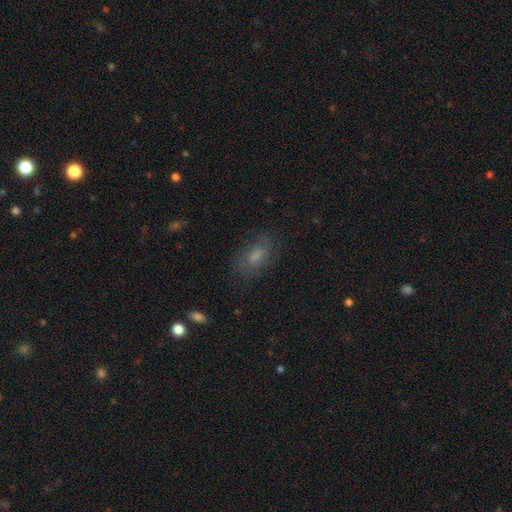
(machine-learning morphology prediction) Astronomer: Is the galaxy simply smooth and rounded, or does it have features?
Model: smooth — 62%.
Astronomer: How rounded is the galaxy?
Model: in between — 85%.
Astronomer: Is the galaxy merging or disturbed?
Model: none — 73%.